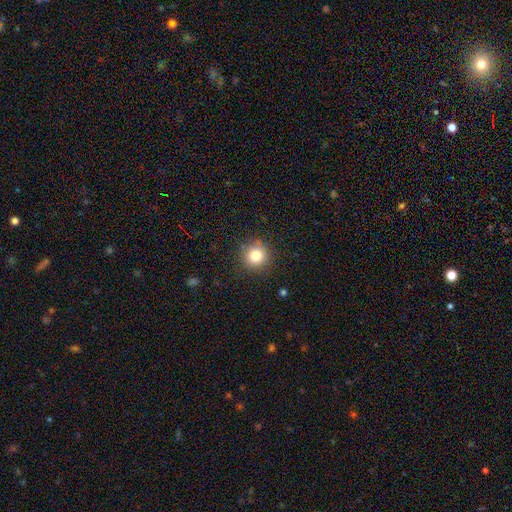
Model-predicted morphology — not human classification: A smooth galaxy with no disk features (81%) that is round (94%). Merging: none (89%).